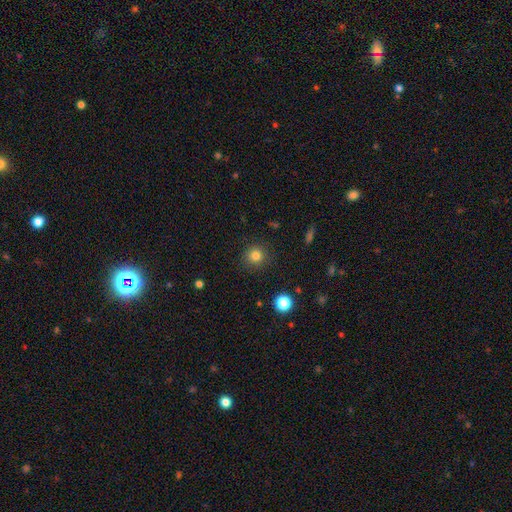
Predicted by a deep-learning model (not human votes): Morphology: type=smooth (81%); roundness=round (93%); merging=none (89%).